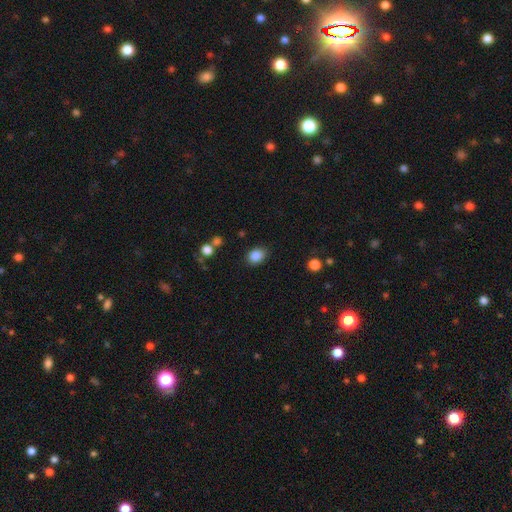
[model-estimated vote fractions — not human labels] The model was most divided on "how rounded": in between: 58%, round: 41%, cigar-shaped: 1%. More confident: smooth or featured — smooth (86%); merging — none (84%).